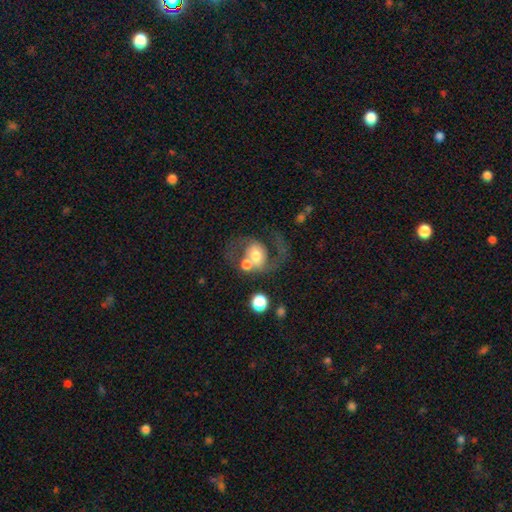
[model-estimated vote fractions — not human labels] smooth-or-featured: featured or disk: 64% | smooth: 28% | star or artifact: 8%
  disk-edge-on: no: 97% | yes: 3%
    bar: no: 57% | weak: 31% | strong: 12%
    has-spiral-arms: yes: 80% | no: 20%
      spiral-winding: loose: 47% | medium: 43% | tight: 10%
      spiral-arm-count: 2: 79% | 1: 13% | can't tell: 5% | 3: 1% | 4: 1% | more than 4: 1%
    bulge-size: moderate: 57% | large: 22% | small: 14% | dominant: 4% | none: 3%
  merging: none: 36% | merger: 32% | major disturbance: 19% | minor disturbance: 13%